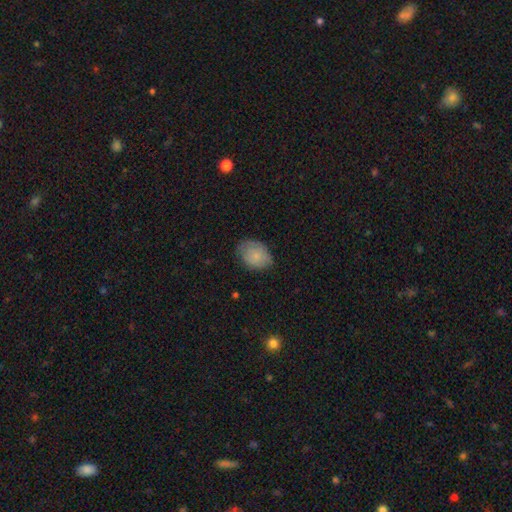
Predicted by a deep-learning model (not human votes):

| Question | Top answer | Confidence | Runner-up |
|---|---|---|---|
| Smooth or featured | smooth | 81% | featured or disk (12%) |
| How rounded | in between | 72% | round (27%) |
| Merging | none | 70% | minor disturbance (24%) |